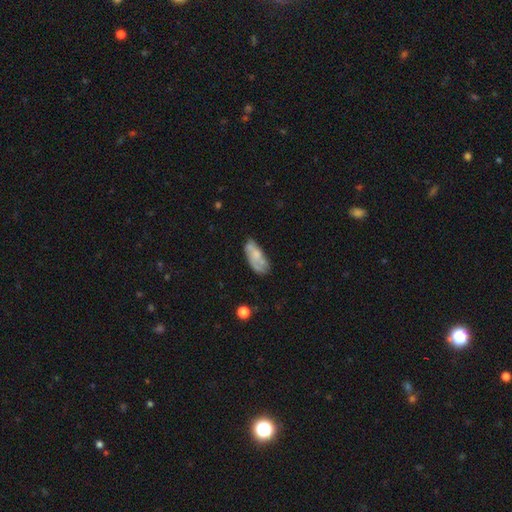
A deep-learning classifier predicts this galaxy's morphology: smooth 58%, featured or disk 34%, star or artifact 8%. Down the decision tree: how rounded — in between (81%); merging — none (52%).